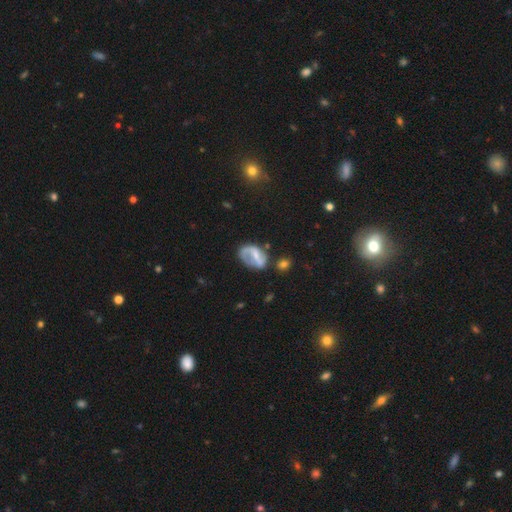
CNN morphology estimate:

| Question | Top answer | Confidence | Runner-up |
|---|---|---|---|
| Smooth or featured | featured or disk | 64% | smooth (28%) |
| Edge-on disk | no | 97% | yes (3%) |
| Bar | weak | 41% | strong (30%) |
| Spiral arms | yes | 71% | no (29%) |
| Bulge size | small | 44% | moderate (28%) |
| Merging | none | 46% | minor disturbance (25%) |